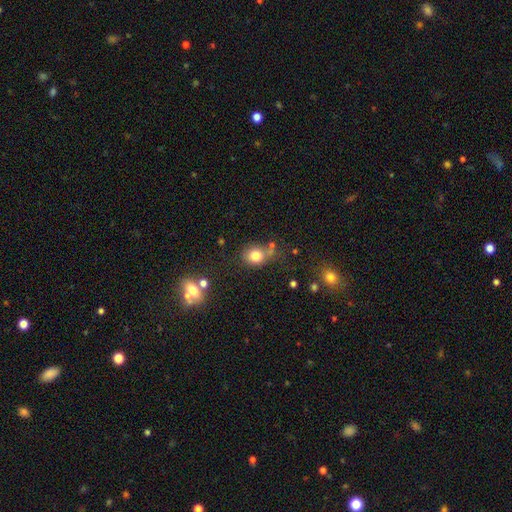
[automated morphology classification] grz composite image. It shows a smooth galaxy with no disk features (79%) that is round (68%). Merging: none (59%).